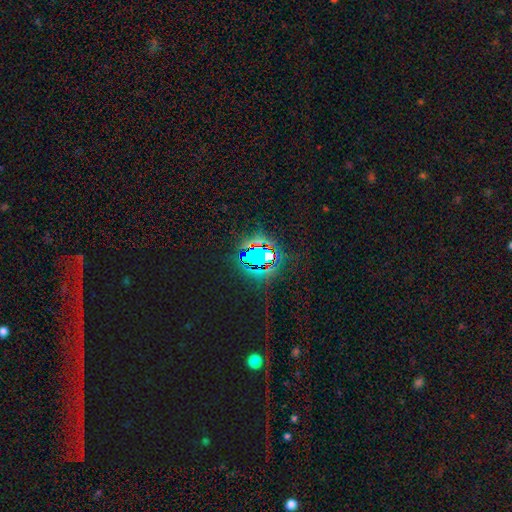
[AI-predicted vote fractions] This appears to be a star or artifact, not a galaxy (75%).